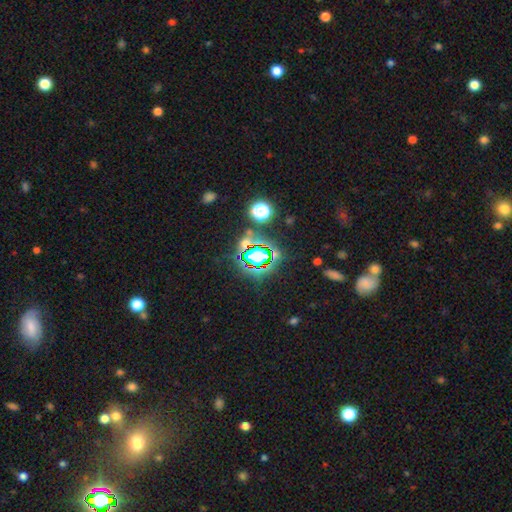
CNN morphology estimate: This appears to be a star or artifact, not a galaxy (66%).